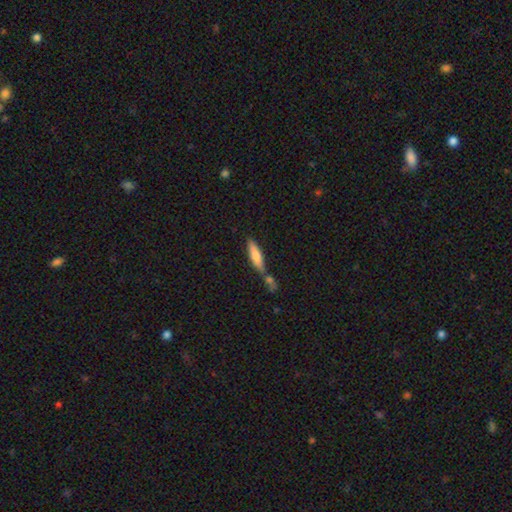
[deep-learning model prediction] This appears to be a smooth galaxy with no disk features (68%) that is cigar-shaped (72%). Merging: none (46%).